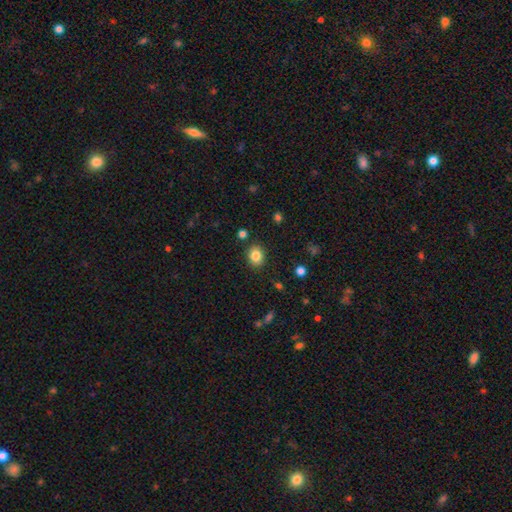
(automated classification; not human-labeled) A smooth galaxy with no disk features (84%) that is round (52%).

Vote fractions:
- Smooth or featured? smooth: 84% / star or artifact: 10% / featured or disk: 6%
- How rounded? round: 52% / in between: 47% / cigar-shaped: 1%
- Merging? none: 87% / minor disturbance: 8% / merger: 2% / major disturbance: 2%